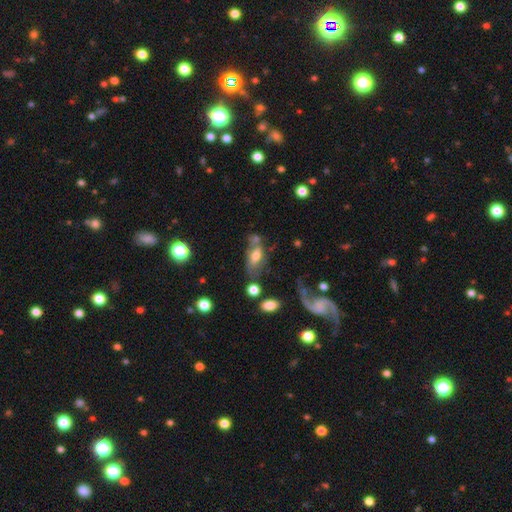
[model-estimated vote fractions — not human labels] Q: Smooth or featured?
A: smooth (54%); runner-up: featured or disk (37%)
Q: How rounded?
A: in between (84%); runner-up: cigar-shaped (10%)
Q: Merging?
A: none (37%); runner-up: minor disturbance (22%)